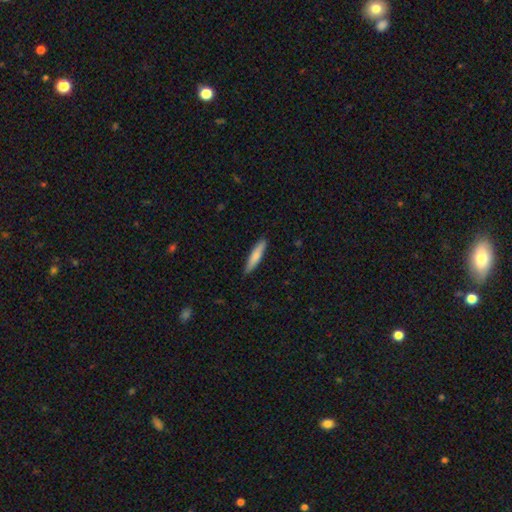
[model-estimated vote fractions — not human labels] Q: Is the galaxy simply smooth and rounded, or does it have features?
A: smooth — 78%.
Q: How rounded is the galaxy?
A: cigar-shaped — 87%.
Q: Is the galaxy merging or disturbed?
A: none — 90%.